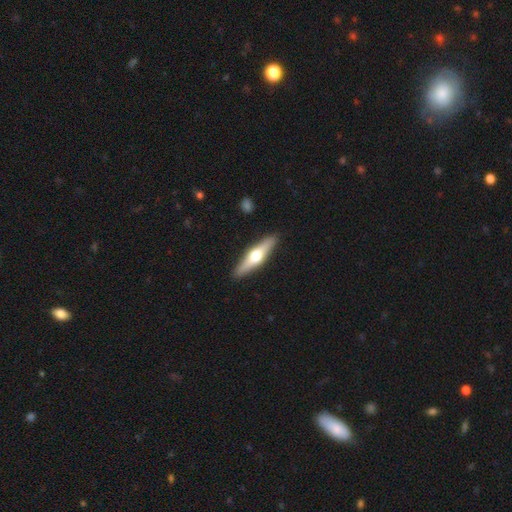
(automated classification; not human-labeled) featured or disk 58%, smooth 37%, star or artifact 5%. Down the decision tree: edge-on disk — yes (94%); edge-on bulge — rounded (95%); merging — none (91%).